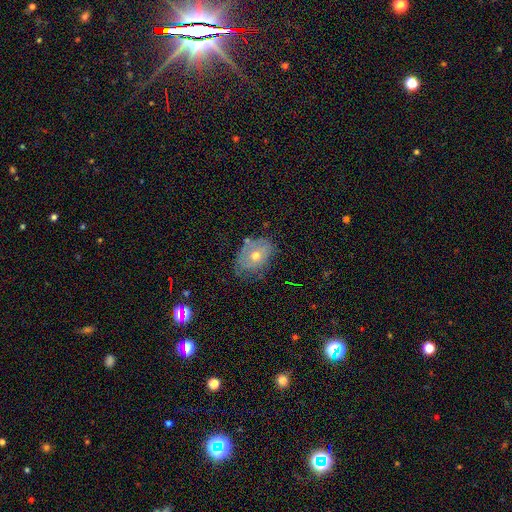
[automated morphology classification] smooth_or_featured: smooth (p=0.51) [alt: featured or disk p=0.38]
how_rounded: in between (p=0.72) [alt: round p=0.27]
merging: none (p=0.60) [alt: minor disturbance p=0.28]